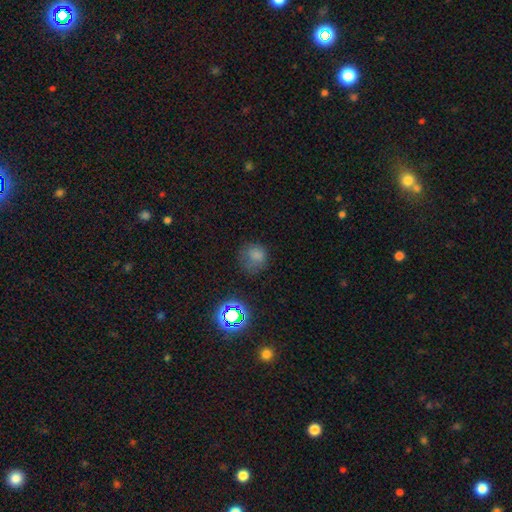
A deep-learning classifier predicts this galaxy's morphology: Smooth or featured? smooth (70%)
How rounded? round (79%)
Merging? none (60%)